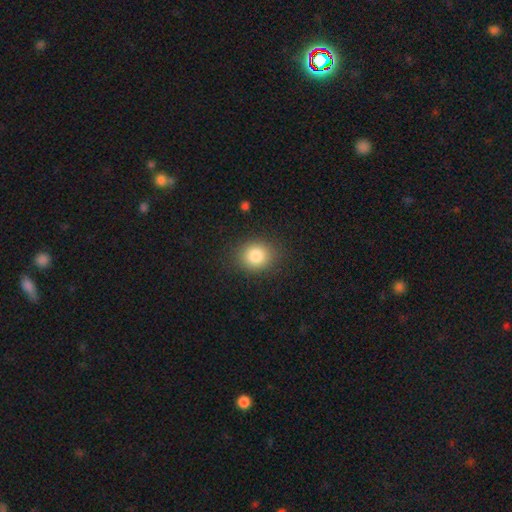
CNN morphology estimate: Smooth or featured: smooth — 83% (star or artifact — 10%)
How rounded: round — 72% (in between — 28%)
Merging: none — 87% (minor disturbance — 9%)